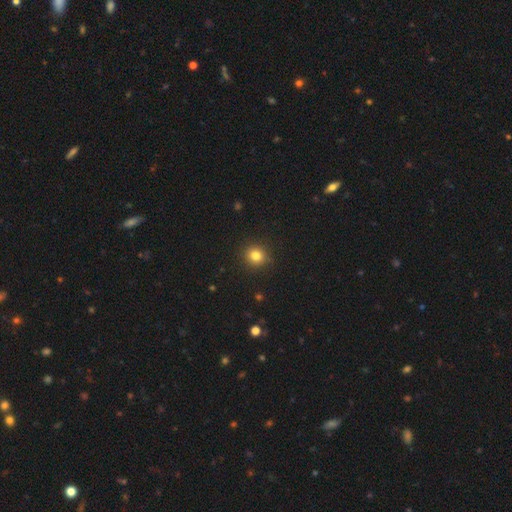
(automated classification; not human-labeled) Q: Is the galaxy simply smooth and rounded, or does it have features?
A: smooth — 82%.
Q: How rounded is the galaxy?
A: round — 88%.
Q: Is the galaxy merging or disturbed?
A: none — 91%.